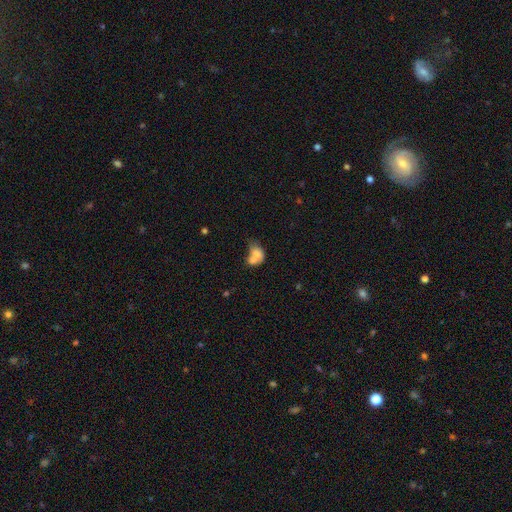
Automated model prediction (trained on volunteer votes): Smooth or featured?
  - smooth: 71% *
  - featured or disk: 20%
  - star or artifact: 9%
How rounded?
  - in between: 67% *
  - round: 32%
  - cigar-shaped: 1%
Merging?
  - merger: 65% *
  - none: 16%
  - minor disturbance: 10%
  - major disturbance: 8%